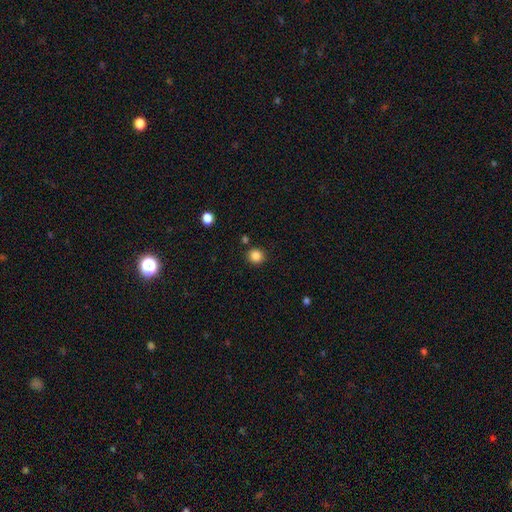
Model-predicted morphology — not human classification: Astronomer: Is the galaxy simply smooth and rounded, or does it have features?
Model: smooth — 86%.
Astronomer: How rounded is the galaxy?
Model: round — 87%.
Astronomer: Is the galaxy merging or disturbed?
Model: none — 87%.